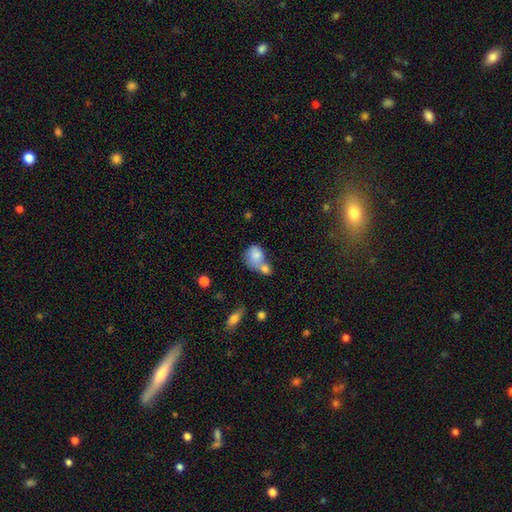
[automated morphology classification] Smooth or featured?
  - smooth: 80% *
  - featured or disk: 13%
  - star or artifact: 8%
How rounded?
  - in between: 51% *
  - round: 47%
  - cigar-shaped: 2%
Merging?
  - merger: 59% *
  - none: 22%
  - minor disturbance: 12%
  - major disturbance: 7%